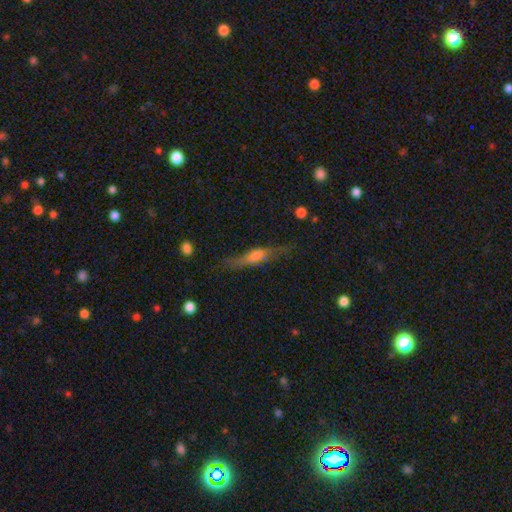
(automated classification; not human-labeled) A featured or disk galaxy (52%) viewed edge-on (86%). Merging: none (71%).